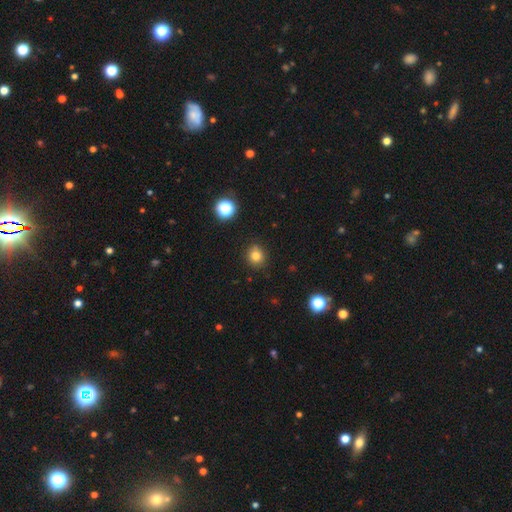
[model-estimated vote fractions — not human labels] This appears to be a smooth galaxy with no disk features (80%) that is round (82%). Merging: none (86%).